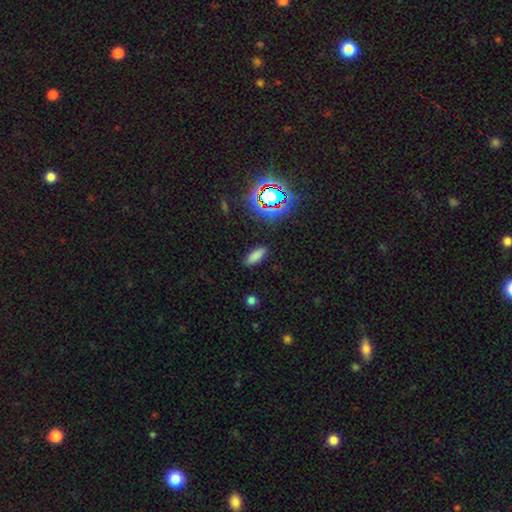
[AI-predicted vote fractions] The model was most divided on "how rounded": in between: 77%, cigar-shaped: 20%, round: 3%. More confident: merging — none (87%); smooth or featured — smooth (80%).